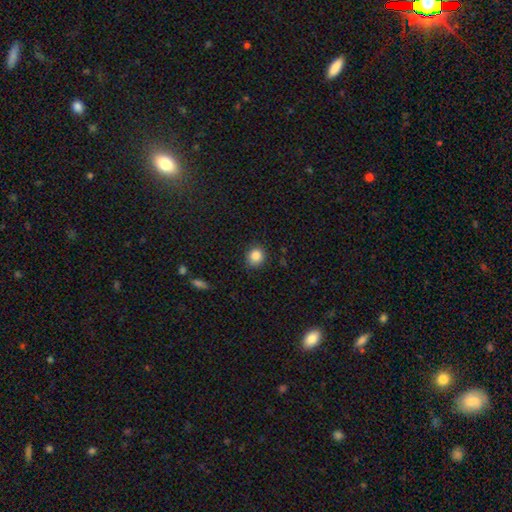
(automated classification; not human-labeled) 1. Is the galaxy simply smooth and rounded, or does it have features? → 86% smooth, 10% star or artifact, 4% featured or disk.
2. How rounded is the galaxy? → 85% round, 14% in between, 1% cigar-shaped.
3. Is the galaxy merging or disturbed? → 85% none, 11% minor disturbance, 3% major disturbance, 1% merger.